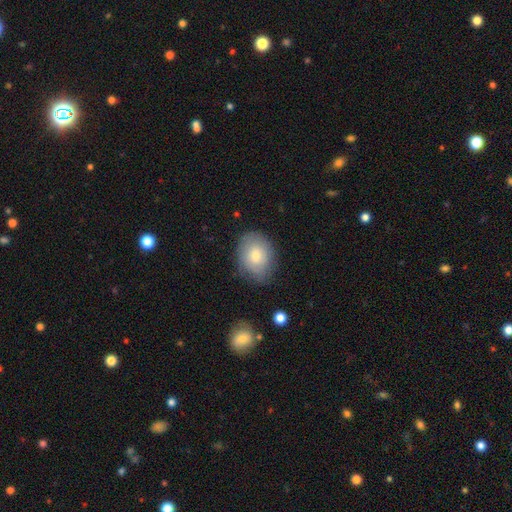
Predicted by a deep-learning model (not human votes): smooth-or-featured: smooth: 72% | featured or disk: 21% | star or artifact: 7%
  how-rounded: in between: 64% | round: 35% | cigar-shaped: 1%
  merging: none: 73% | minor disturbance: 20% | major disturbance: 5% | merger: 2%